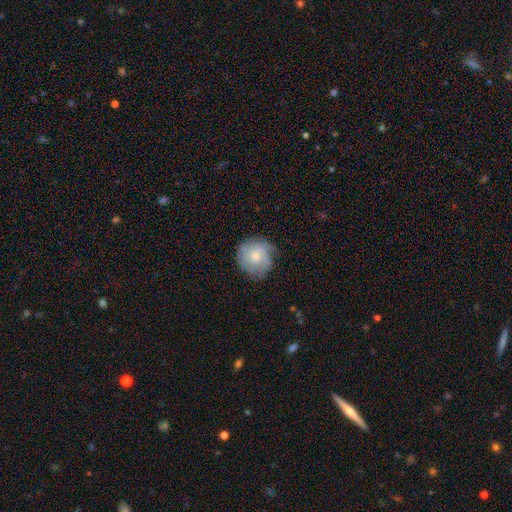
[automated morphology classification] Overall: featured or disk (59%; smooth 33%). Edge-on disk: no (98%). Bar: no (79%). Spiral arms: yes (89%). Spiral arm count: can't tell (38%; 3 23%). Spiral winding: tight (59%; medium 31%). Bulge size: small (60%; moderate 35%). Merging: none (74%).